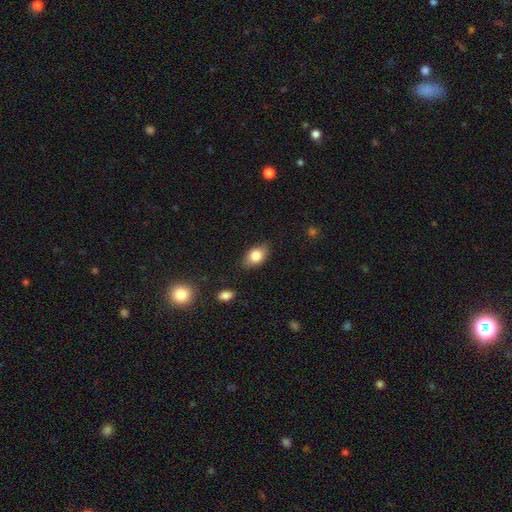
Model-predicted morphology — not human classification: Smooth or featured: smooth — 80% (featured or disk — 12%)
How rounded: in between — 86% (round — 12%)
Merging: none — 81% (minor disturbance — 15%)